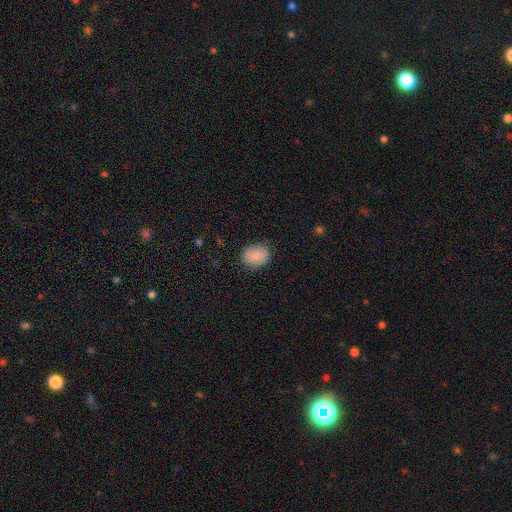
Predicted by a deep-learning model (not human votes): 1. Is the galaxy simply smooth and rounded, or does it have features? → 87% smooth, 8% star or artifact, 5% featured or disk.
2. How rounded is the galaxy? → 57% in between, 42% round, 1% cigar-shaped.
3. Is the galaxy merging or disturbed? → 81% none, 15% minor disturbance, 3% major disturbance, 1% merger.